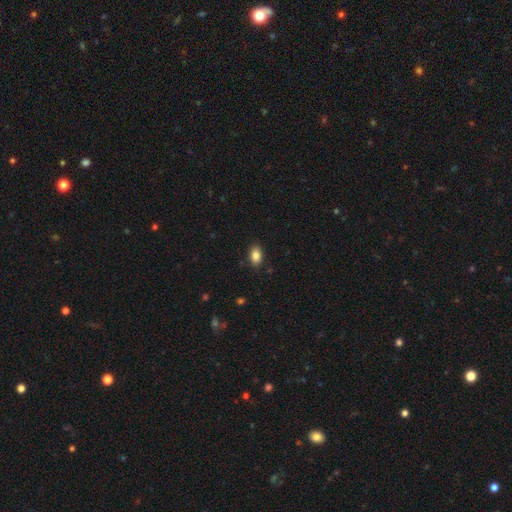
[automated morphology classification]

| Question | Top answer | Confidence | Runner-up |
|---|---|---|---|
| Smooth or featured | smooth | 85% | star or artifact (9%) |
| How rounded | in between | 88% | round (10%) |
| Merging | none | 87% | minor disturbance (9%) |